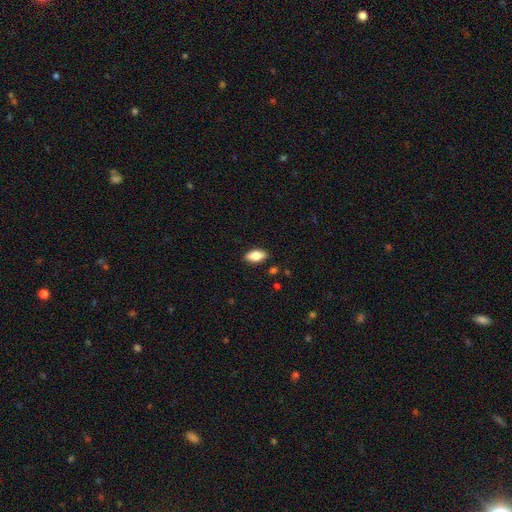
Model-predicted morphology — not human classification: Smooth or featured? smooth (78%)
How rounded? in between (89%)
Merging? none (87%)